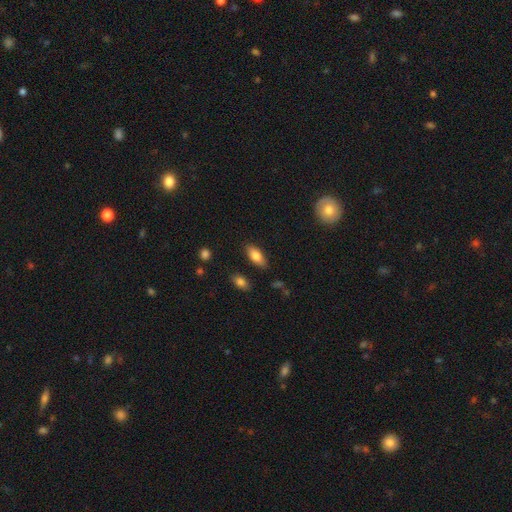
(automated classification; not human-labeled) Smooth or featured?
  - smooth: 80% *
  - featured or disk: 13%
  - star or artifact: 7%
How rounded?
  - in between: 85% *
  - cigar-shaped: 12%
  - round: 3%
Merging?
  - none: 84% *
  - minor disturbance: 11%
  - major disturbance: 3%
  - merger: 2%